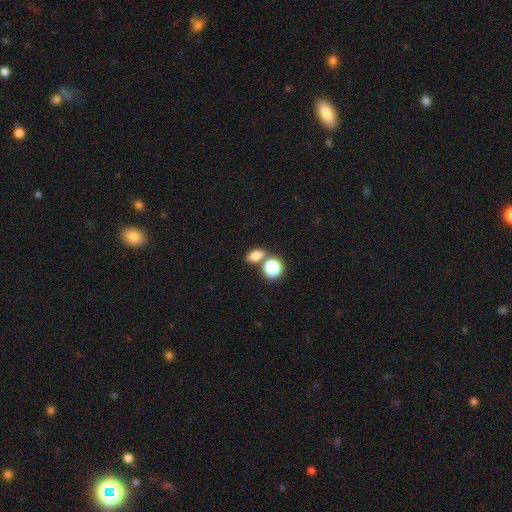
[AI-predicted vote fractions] Overall: smooth (75%). How rounded: in between (70%). Merging: none (64%).